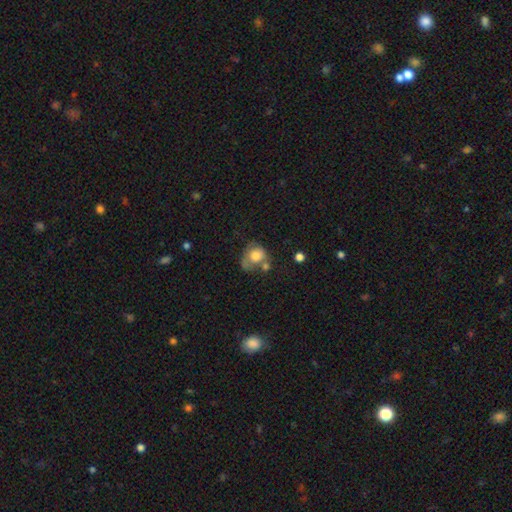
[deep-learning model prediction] Smooth or featured? Predicted: smooth (p=0.70). How rounded? Predicted: round (p=0.63). Merging? Predicted: none (p=0.29).